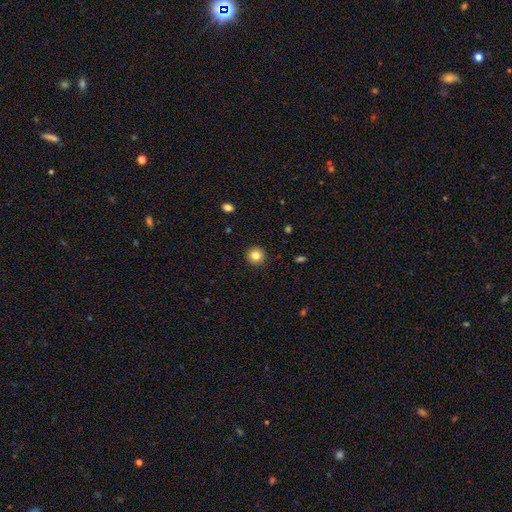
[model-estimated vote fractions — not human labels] Smooth or featured: smooth — 82% (star or artifact — 11%)
How rounded: round — 95% (in between — 4%)
Merging: none — 92% (minor disturbance — 5%)